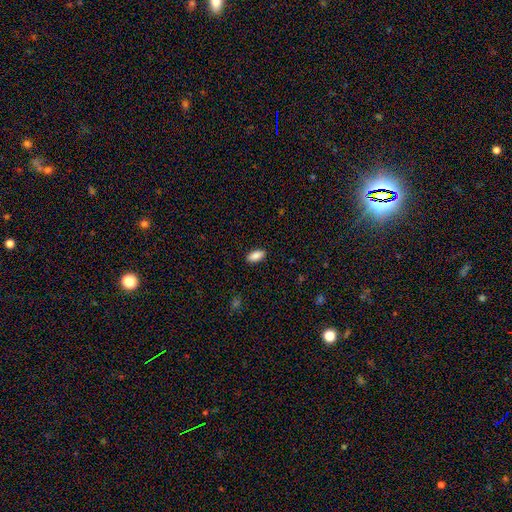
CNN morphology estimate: This appears to be a smooth galaxy with no disk features (89%) that is in between round and cigar-shaped (91%). Merging: none (89%).